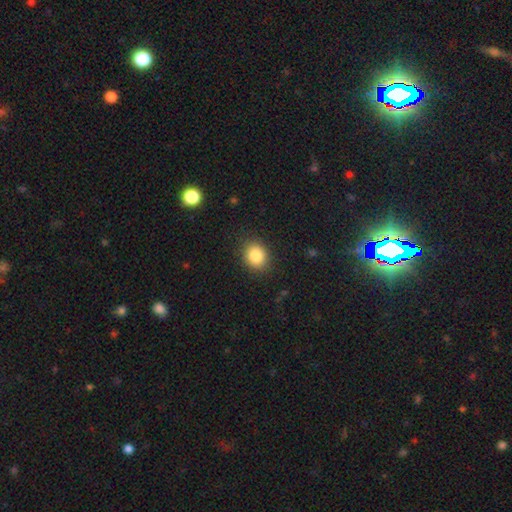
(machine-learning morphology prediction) A smooth galaxy with no disk features (84%) that is round (66%). Merging: none (87%).